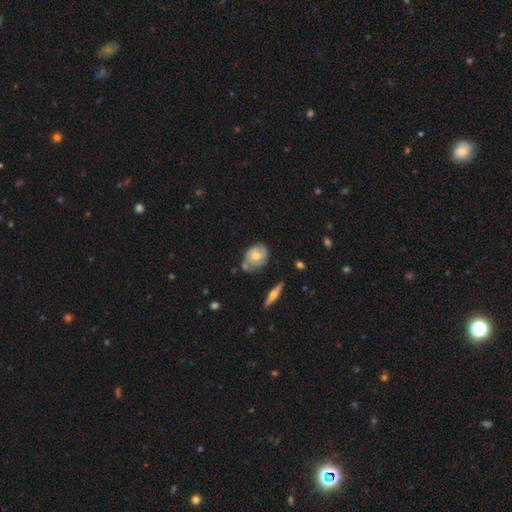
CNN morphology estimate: This is possibly a featured or disk galaxy (48%). Merging: possibly none (55%).